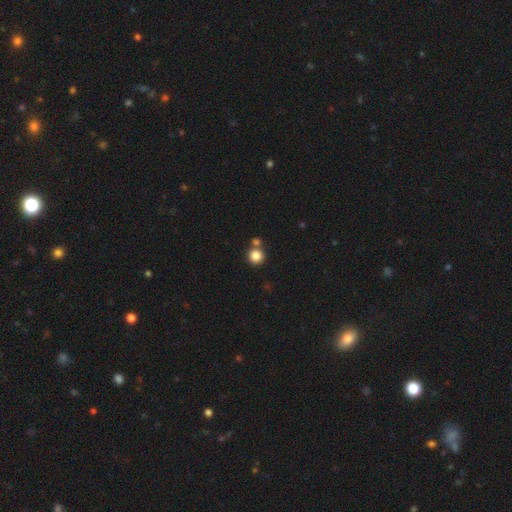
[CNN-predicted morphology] smooth 84%, star or artifact 11%, featured or disk 5%. Down the decision tree: how rounded — round (94%); merging — none (67%).